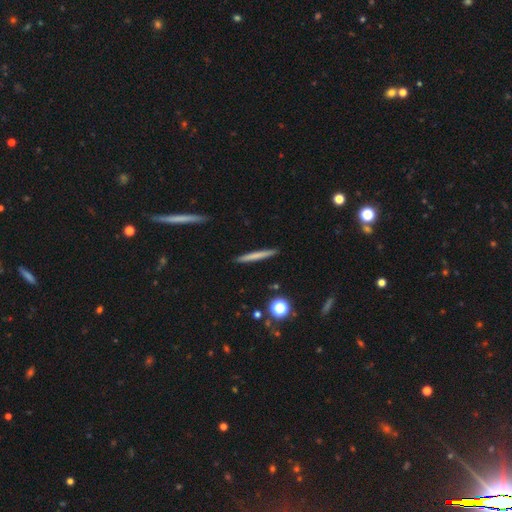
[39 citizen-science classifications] A smooth galaxy with no disk features (67%) that is cigar-shaped (92%). Merging: none (100%).